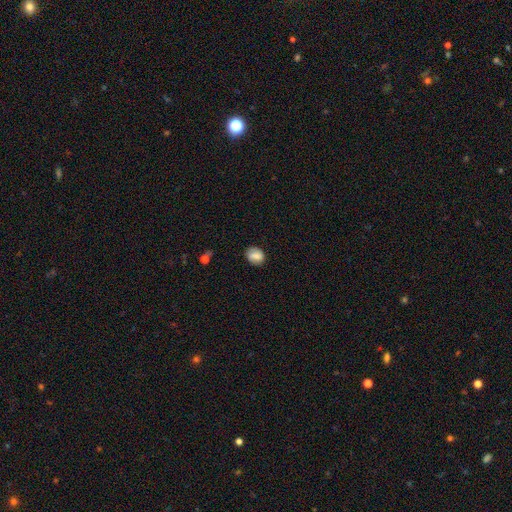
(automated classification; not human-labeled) smooth 74%, featured or disk 17%, star or artifact 9%. Down the decision tree: how rounded — in between (52%); merging — none (78%).